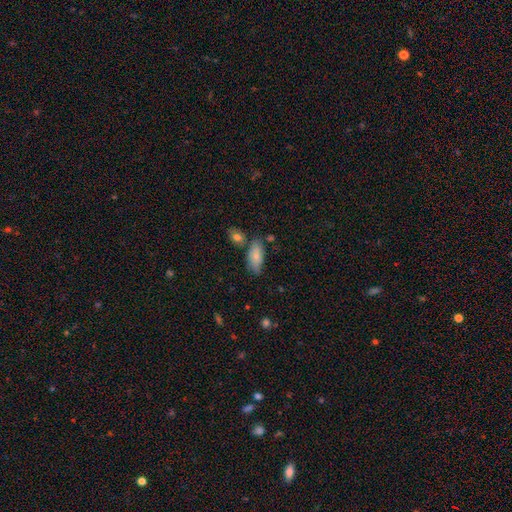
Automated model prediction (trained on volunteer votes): The model was most divided on "merging": none: 61%, minor disturbance: 23%, merger: 11%, major disturbance: 5%. More confident: how rounded — in between (87%); smooth or featured — smooth (81%).